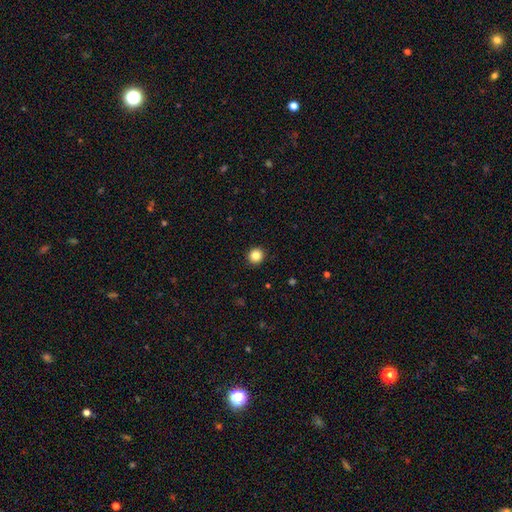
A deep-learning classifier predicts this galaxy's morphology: Smooth or featured? smooth (84%)
How rounded? round (93%)
Merging? none (93%)